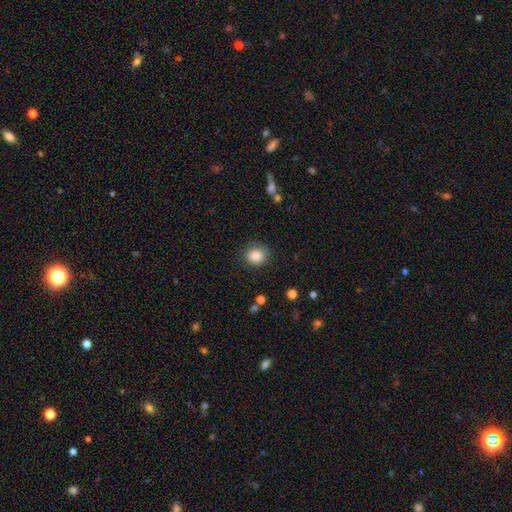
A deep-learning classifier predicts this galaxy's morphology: This appears to be a smooth galaxy with no disk features (85%) that is round (75%). Merging: none (81%).